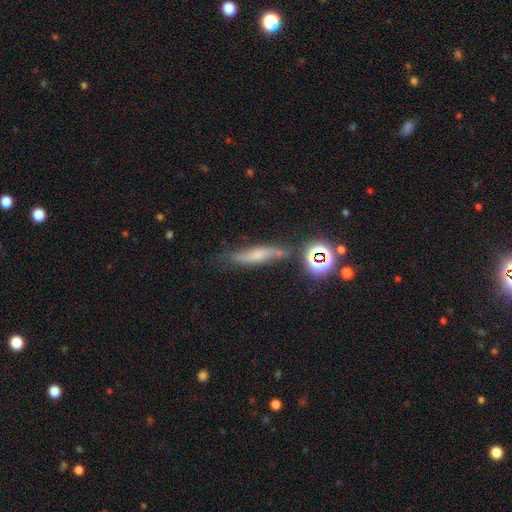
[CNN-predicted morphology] A featured or disk galaxy (42%). Merging: none (61%).